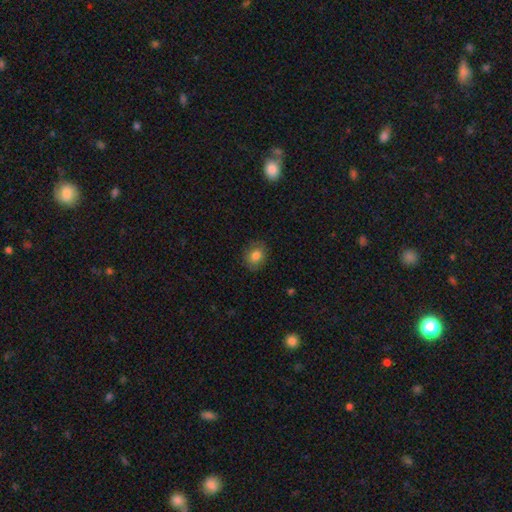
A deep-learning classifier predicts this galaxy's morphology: Q: Smooth or featured?
A: smooth (82%); runner-up: star or artifact (10%)
Q: How rounded?
A: round (55%); runner-up: in between (44%)
Q: Merging?
A: none (85%); runner-up: minor disturbance (11%)